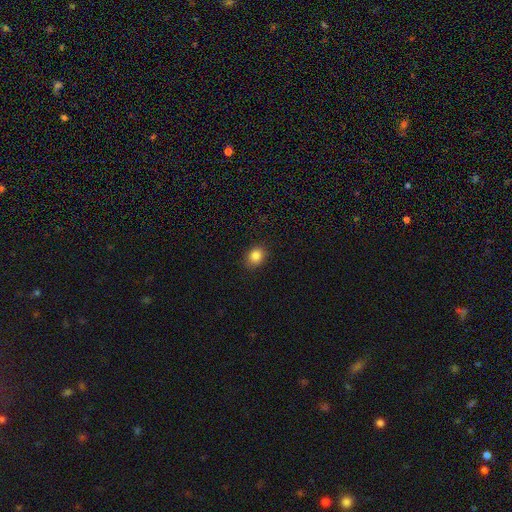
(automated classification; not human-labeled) Smooth or featured: smooth — 84% (star or artifact — 11%)
How rounded: round — 51% (in between — 48%)
Merging: none — 88% (minor disturbance — 9%)